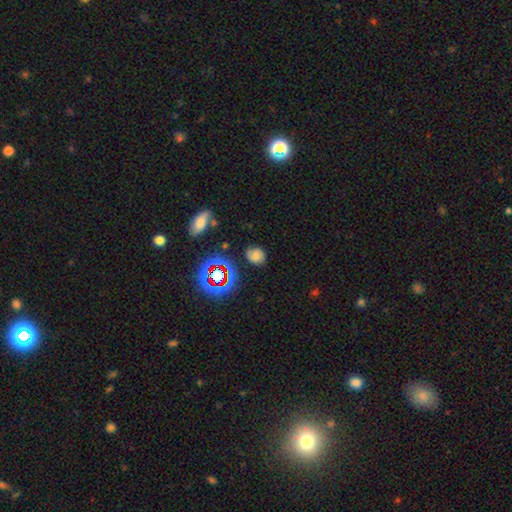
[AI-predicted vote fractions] Q: Smooth or featured?
A: smooth (55%); runner-up: featured or disk (23%)
Q: How rounded?
A: round (58%); runner-up: in between (40%)
Q: Merging?
A: none (68%); runner-up: minor disturbance (22%)